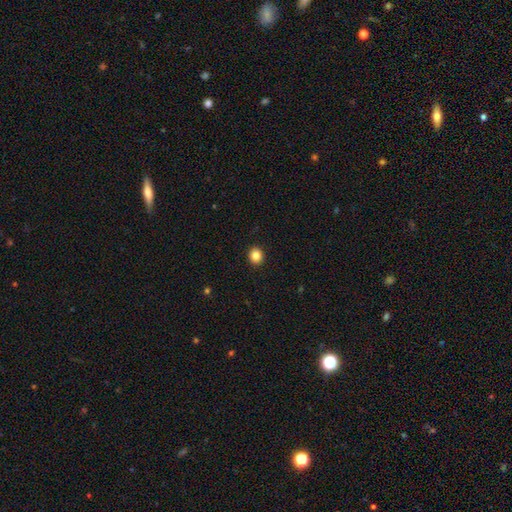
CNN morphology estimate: smooth 84%, star or artifact 11%, featured or disk 5%. Down the decision tree: how rounded — round (80%); merging — none (93%).